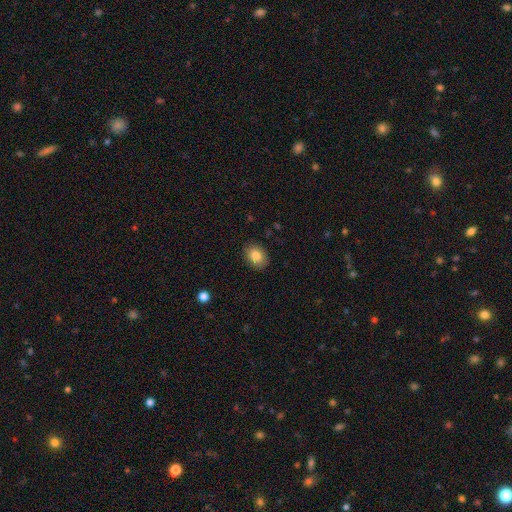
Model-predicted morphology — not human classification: A smooth galaxy with no disk features (85%) that is in between round and cigar-shaped (66%). Merging: none (87%).